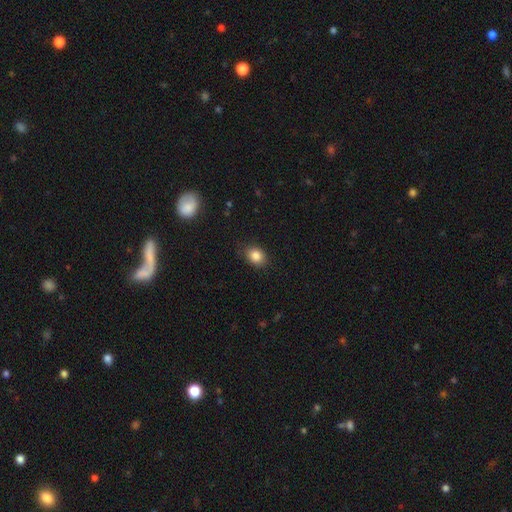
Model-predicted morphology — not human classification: Overall: smooth (85%). How rounded: in between (55%; round 44%). Merging: none (83%).